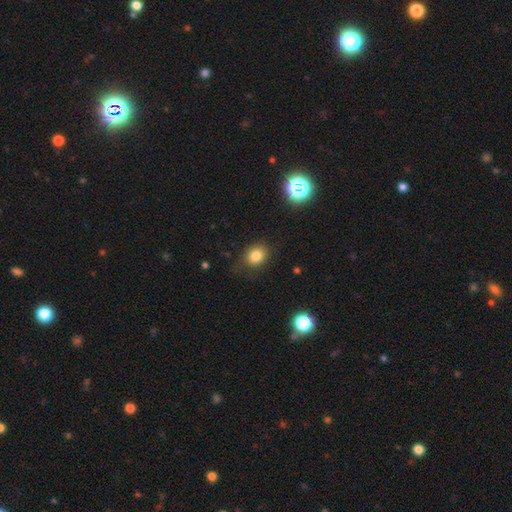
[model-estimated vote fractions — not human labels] A smooth galaxy with no disk features (80%) that is round (60%).

Vote fractions:
- Smooth or featured? smooth: 80% / star or artifact: 13% / featured or disk: 7%
- How rounded? round: 60% / in between: 39% / cigar-shaped: 1%
- Merging? none: 76% / minor disturbance: 17% / major disturbance: 5% / merger: 2%